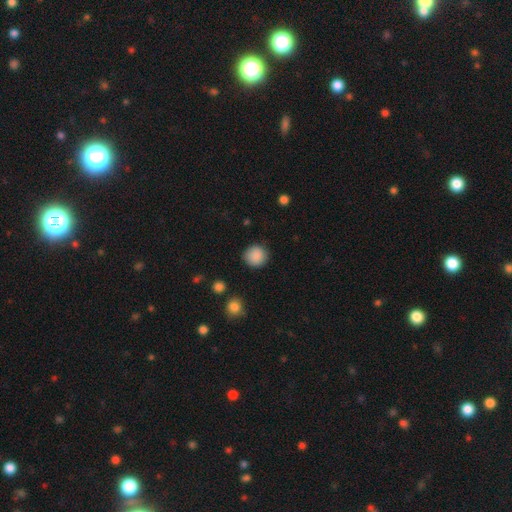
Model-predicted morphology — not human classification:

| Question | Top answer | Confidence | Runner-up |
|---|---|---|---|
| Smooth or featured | smooth | 89% | star or artifact (8%) |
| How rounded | round | 92% | in between (7%) |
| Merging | none | 89% | minor disturbance (7%) |